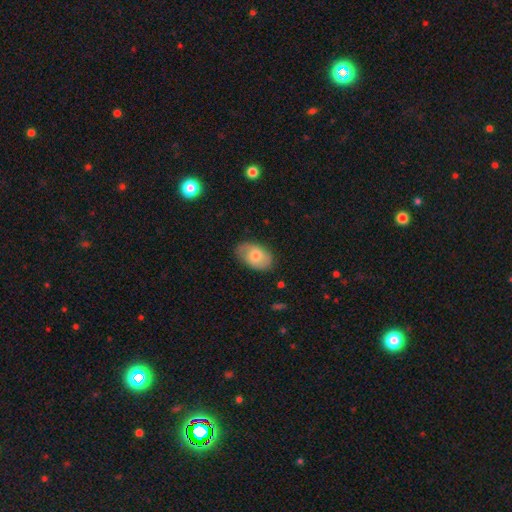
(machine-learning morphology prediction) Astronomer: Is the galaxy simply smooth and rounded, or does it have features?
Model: smooth — 66%.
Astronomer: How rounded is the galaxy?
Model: in between — 90%.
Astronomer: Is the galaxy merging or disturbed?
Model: none — 76%.